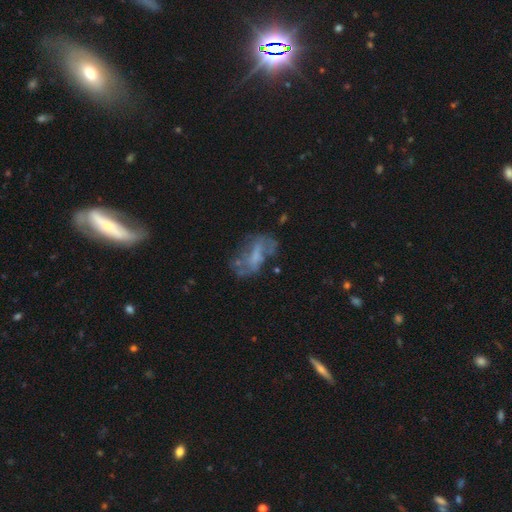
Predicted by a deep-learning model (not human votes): A featured or disk galaxy (57%) with no bar (46%), no spiral arms (58%) and no central bulge (49%). Merging: none (45%).